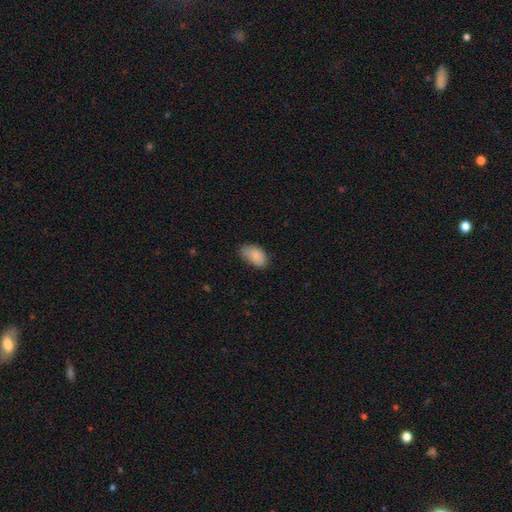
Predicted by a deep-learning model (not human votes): Smooth or featured? smooth (85%)
How rounded? in between (93%)
Merging? none (61%)